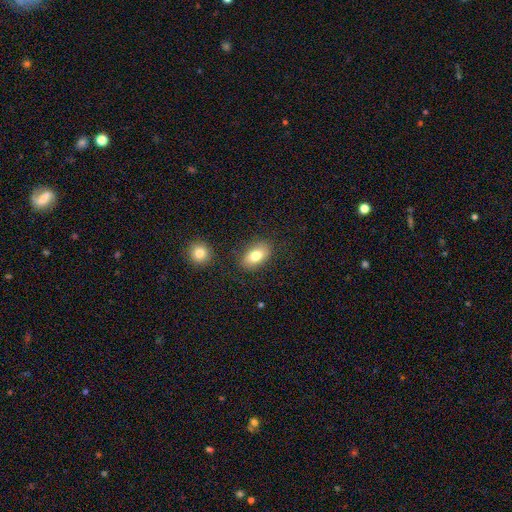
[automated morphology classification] A smooth galaxy with no disk features (79%) that is in between round and cigar-shaped (89%). Merging: none (82%).